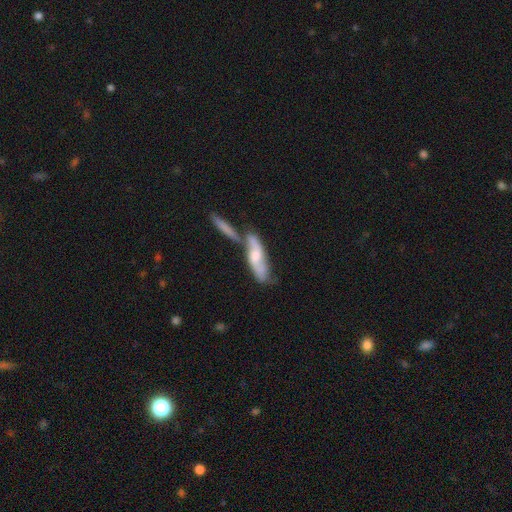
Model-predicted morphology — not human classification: A featured or disk galaxy (57%).

Vote fractions:
- Smooth or featured? featured or disk: 57% / smooth: 36% / star or artifact: 6%
- Edge-on disk? no: 67% / yes: 33%
- Merging? merger: 45% / none: 34% / minor disturbance: 14% / major disturbance: 7%